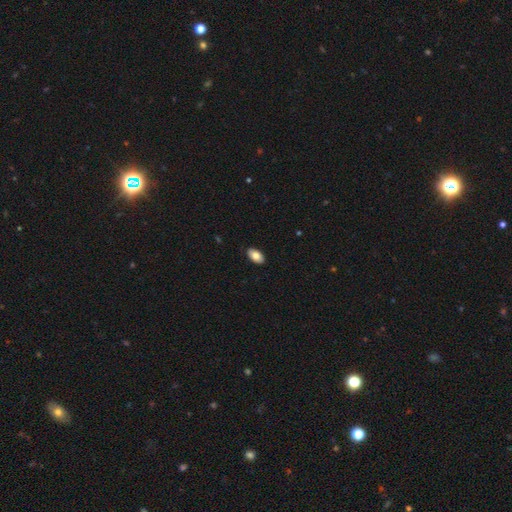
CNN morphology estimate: Smooth or featured? Predicted: smooth (p=0.78). How rounded? Predicted: in between (p=0.94). Merging? Predicted: none (p=0.88).